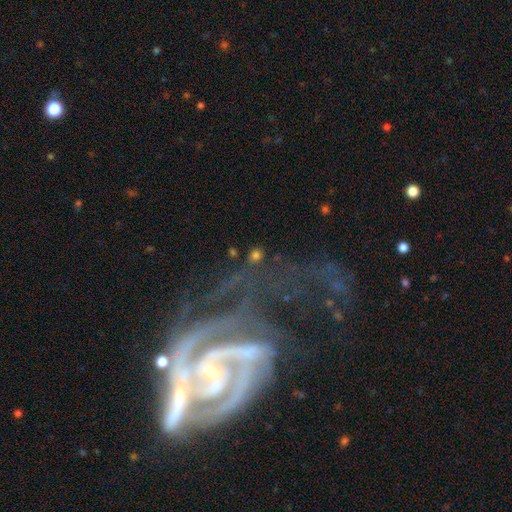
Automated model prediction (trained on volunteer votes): Smooth or featured? Predicted: smooth (p=0.65). How rounded? Predicted: round (p=0.69). Merging? Predicted: none (p=0.74).